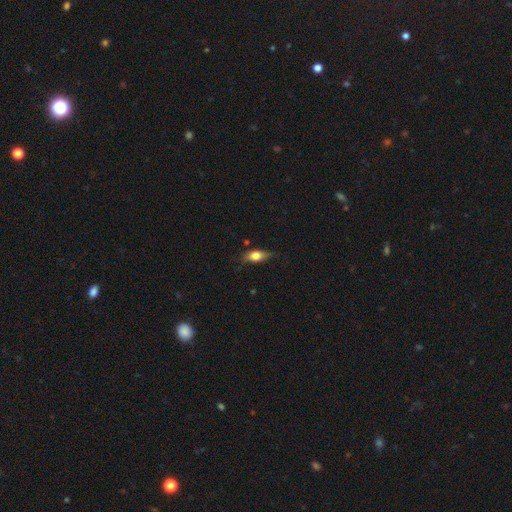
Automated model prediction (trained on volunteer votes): This is likely a smooth galaxy (66%). How rounded: likely in between (73%). Merging: likely none (68%).